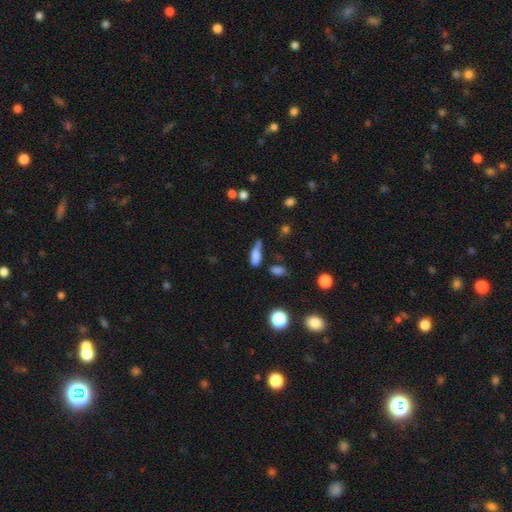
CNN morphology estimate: smooth 75%, featured or disk 14%, star or artifact 10%. Down the decision tree: how rounded — in between (61%); merging — none (40%).